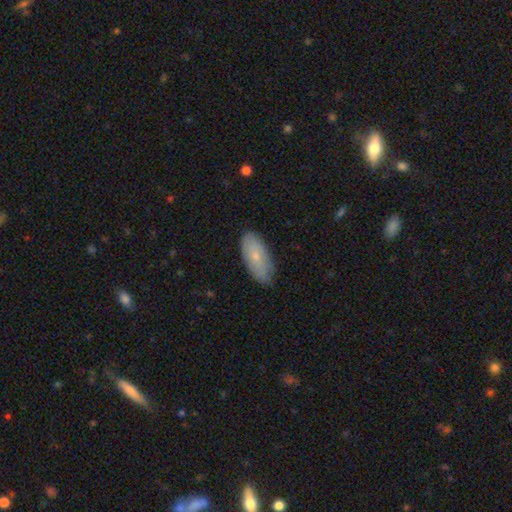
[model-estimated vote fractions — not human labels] smooth 71%, featured or disk 23%, star or artifact 6%. Down the decision tree: how rounded — in between (89%); merging — none (82%).